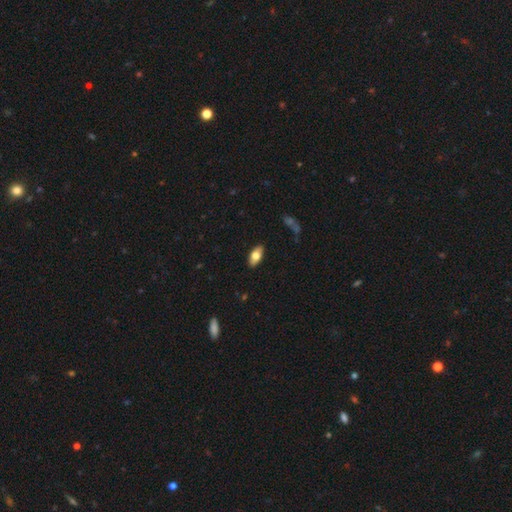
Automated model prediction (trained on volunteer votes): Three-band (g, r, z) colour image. It shows a smooth galaxy with no disk features (71%) that is in between round and cigar-shaped (88%). Merging: none (88%).